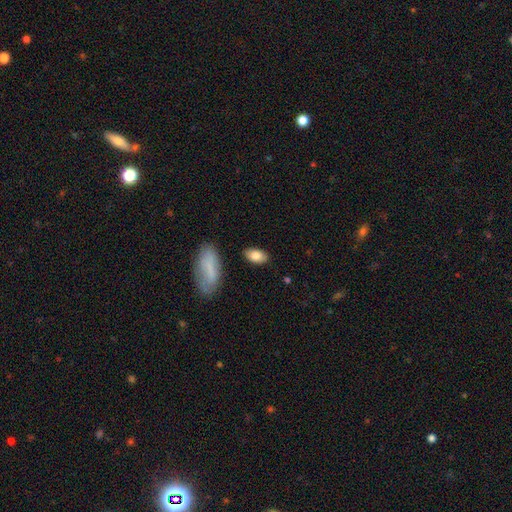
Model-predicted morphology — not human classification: Overall: smooth (82%). How rounded: in between (93%). Merging: none (85%).